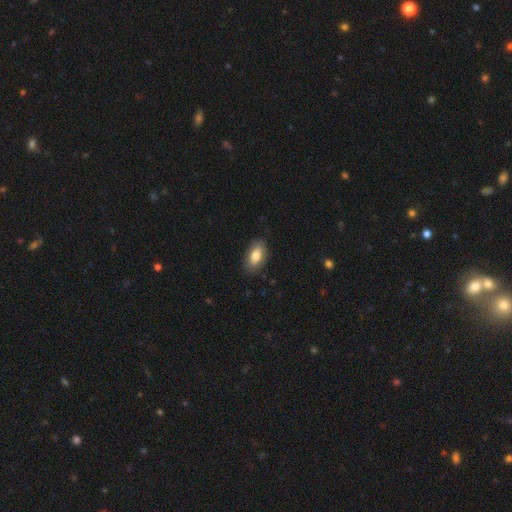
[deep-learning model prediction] The model was most divided on "smooth or featured": smooth: 79%, featured or disk: 14%, star or artifact: 7%. More confident: how rounded — in between (91%); merging — none (85%).